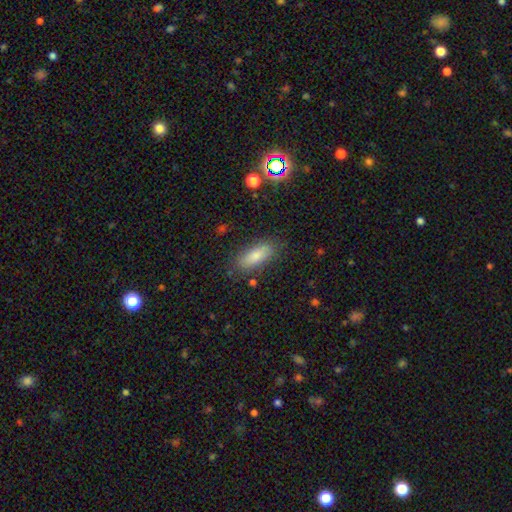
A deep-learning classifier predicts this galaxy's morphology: Smooth or featured? smooth (80%)
How rounded? in between (76%)
Merging? none (81%)